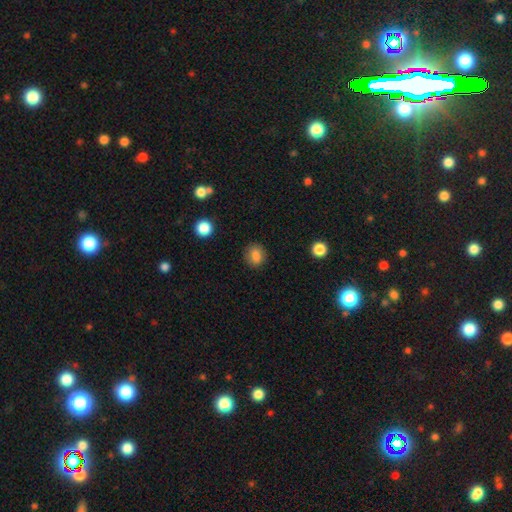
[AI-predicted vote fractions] Smooth or featured: smooth — 84% (star or artifact — 10%)
How rounded: round — 71% (in between — 28%)
Merging: none — 87% (minor disturbance — 9%)